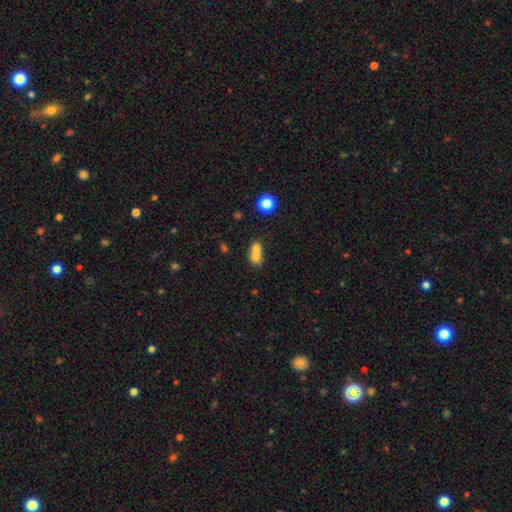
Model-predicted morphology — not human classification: A smooth galaxy with no disk features (71%) that is round (58%). Merging: merger (67%).